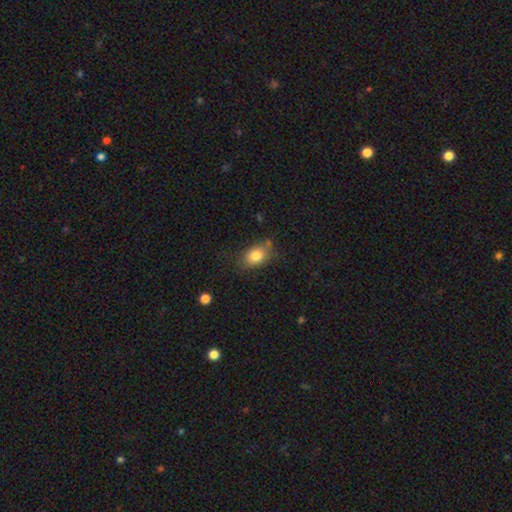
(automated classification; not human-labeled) Overall: smooth (81%). How rounded: in between (75%). Merging: none (73%).